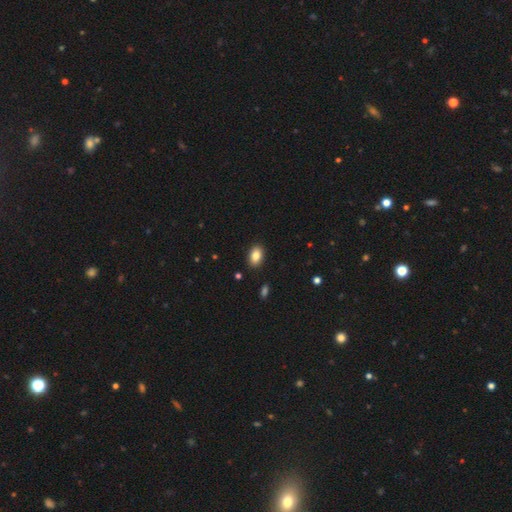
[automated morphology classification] Smooth or featured: smooth — 85% (star or artifact — 8%)
How rounded: in between — 87% (round — 12%)
Merging: none — 89% (minor disturbance — 8%)